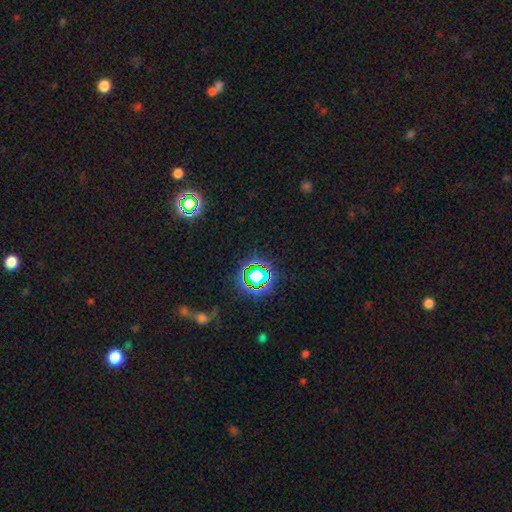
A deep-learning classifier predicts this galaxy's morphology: Smooth or featured?
  - star or artifact: 75% *
  - smooth: 17%
  - featured or disk: 8%